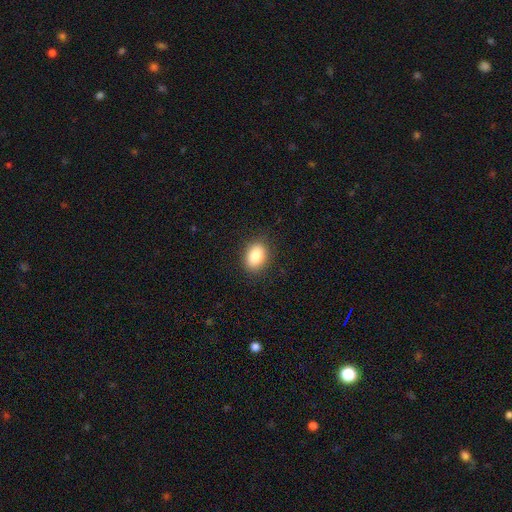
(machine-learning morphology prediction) type=smooth (86%); roundness=in between (78%); merging=none (88%).